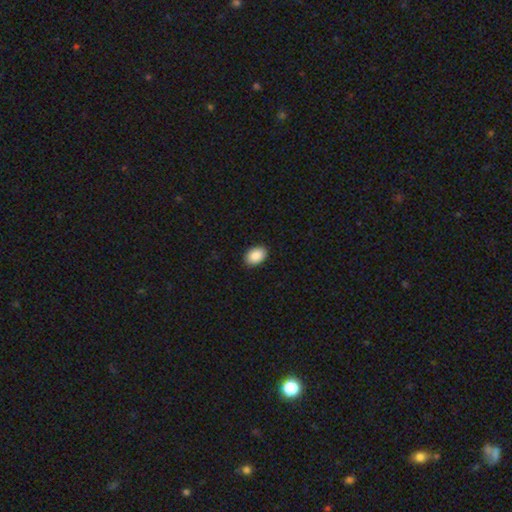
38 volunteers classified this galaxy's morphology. Smooth or featured? 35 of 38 (92%) said smooth. How rounded? 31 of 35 (89%) said in between. Merging? 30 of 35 (86%) said none.